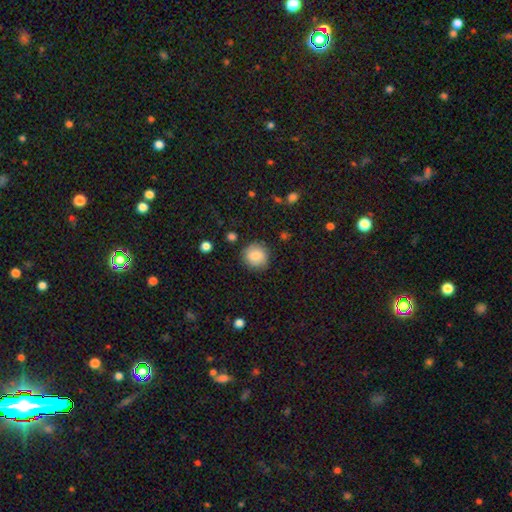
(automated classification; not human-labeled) A smooth galaxy with no disk features (85%) that is round (91%). Merging: none (87%).